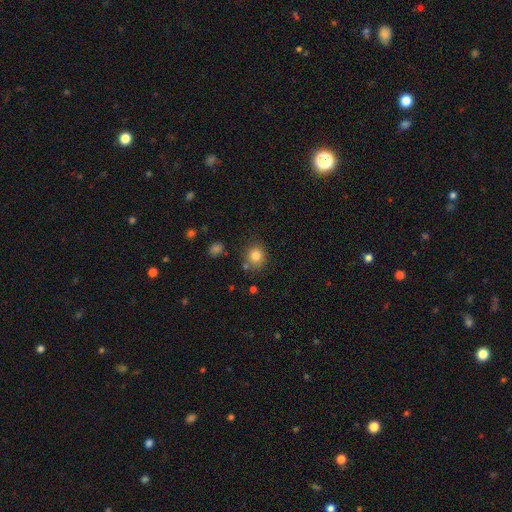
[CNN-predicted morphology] This appears to be a smooth galaxy with no disk features (82%) that is round (83%). Merging: none (80%).